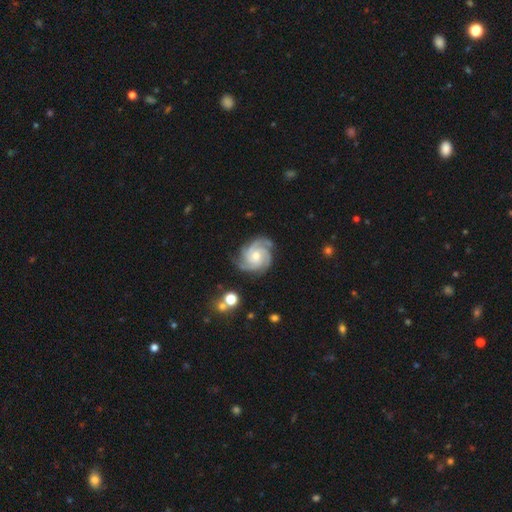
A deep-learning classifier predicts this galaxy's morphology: Smooth or featured: featured or disk — 90% (smooth — 5%)
Edge-on disk: no — 98% (yes — 2%)
Bar: no — 71% (weak — 24%)
Spiral arms: yes — 99% (no — 1%)
Spiral winding: tight — 65% (medium — 31%)
Spiral arm count: 4 — 39% (3 — 36%)
Bulge size: moderate — 52% (small — 42%)
Merging: none — 79% (minor disturbance — 15%)